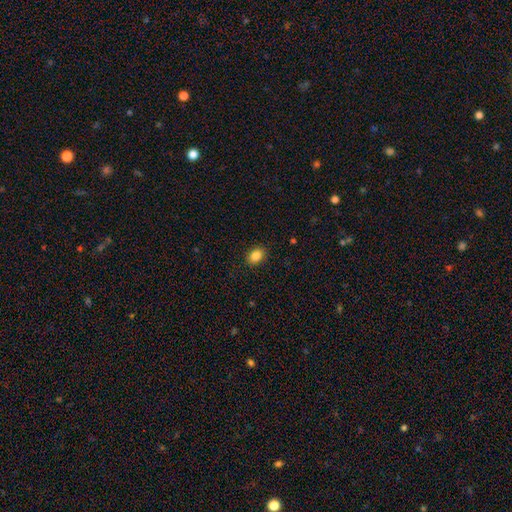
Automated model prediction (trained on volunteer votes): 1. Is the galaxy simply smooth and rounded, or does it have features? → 86% smooth, 9% star or artifact, 5% featured or disk.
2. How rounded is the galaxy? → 70% in between, 29% round, 1% cigar-shaped.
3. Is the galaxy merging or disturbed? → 89% none, 8% minor disturbance, 2% major disturbance, 1% merger.